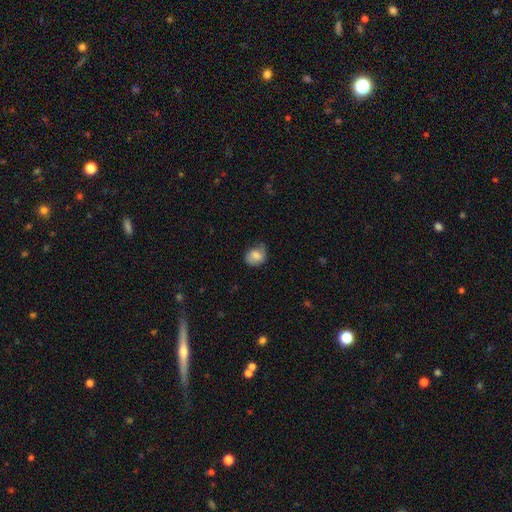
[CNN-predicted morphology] smooth 71%, featured or disk 21%, star or artifact 8%. Down the decision tree: how rounded — round (52%); merging — none (54%).